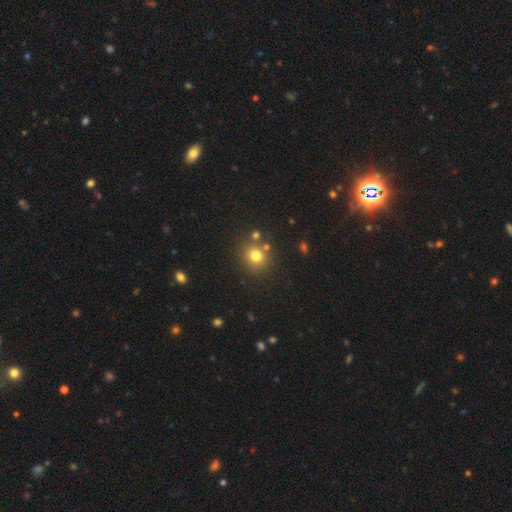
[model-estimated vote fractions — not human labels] A smooth galaxy with no disk features (76%) that is round (84%).

Vote fractions:
- Smooth or featured? smooth: 76% / star or artifact: 15% / featured or disk: 8%
- How rounded? round: 84% / in between: 15% / cigar-shaped: 1%
- Merging? none: 77% / merger: 10% / minor disturbance: 10% / major disturbance: 3%